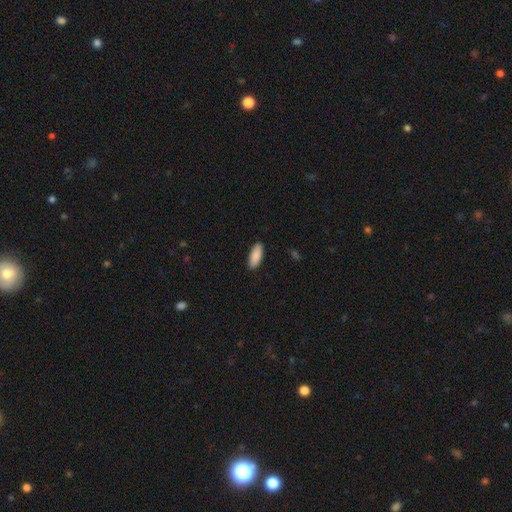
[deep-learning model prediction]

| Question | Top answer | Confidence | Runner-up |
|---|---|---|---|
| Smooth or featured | smooth | 90% | star or artifact (5%) |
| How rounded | in between | 76% | cigar-shaped (22%) |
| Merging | none | 89% | minor disturbance (8%) |